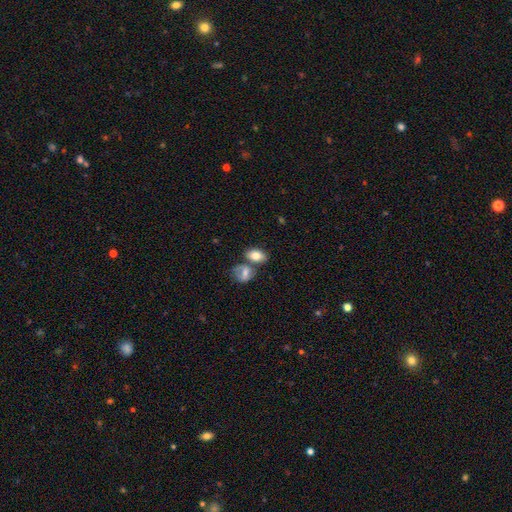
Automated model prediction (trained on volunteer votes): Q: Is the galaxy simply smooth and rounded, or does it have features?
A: smooth — 78%.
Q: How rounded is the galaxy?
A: in between — 86%.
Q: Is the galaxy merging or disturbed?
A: none — 48%.